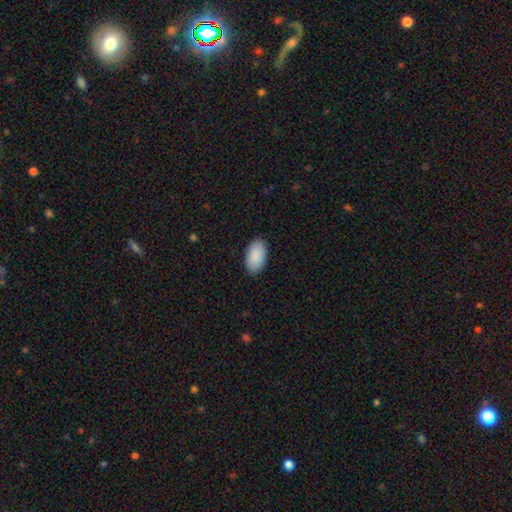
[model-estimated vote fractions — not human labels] smooth_or_featured: smooth (p=0.90) [alt: star or artifact p=0.06]
how_rounded: in between (p=0.96) [alt: round p=0.03]
merging: none (p=0.89) [alt: minor disturbance p=0.09]